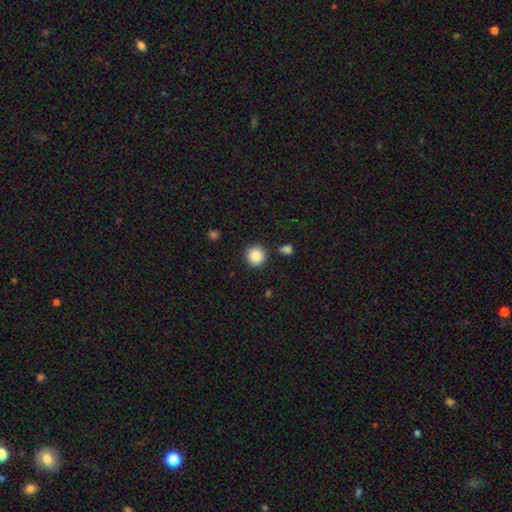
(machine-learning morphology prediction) smooth-or-featured: smooth: 87% | star or artifact: 9% | featured or disk: 4%
  how-rounded: round: 95% | in between: 4% | cigar-shaped: 1%
  merging: none: 89% | minor disturbance: 6% | merger: 3% | major disturbance: 2%